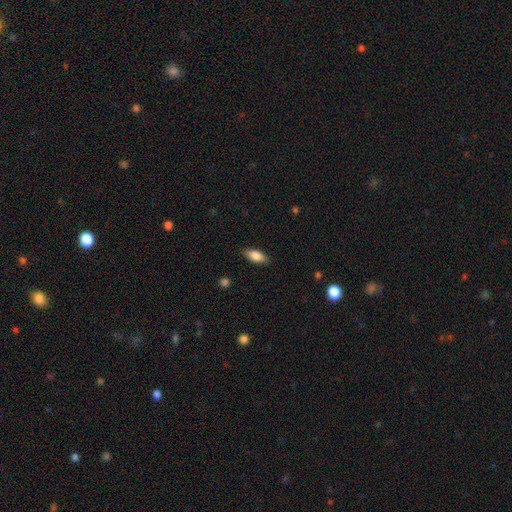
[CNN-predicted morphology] smooth 82%, featured or disk 11%, star or artifact 7%. Down the decision tree: how rounded — in between (82%); merging — none (86%).